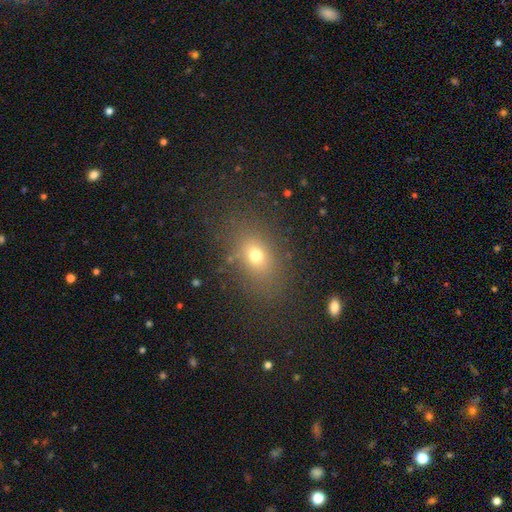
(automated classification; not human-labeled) Smooth or featured? Predicted: smooth (p=0.69). How rounded? Predicted: in between (p=0.70). Merging? Predicted: none (p=0.80).